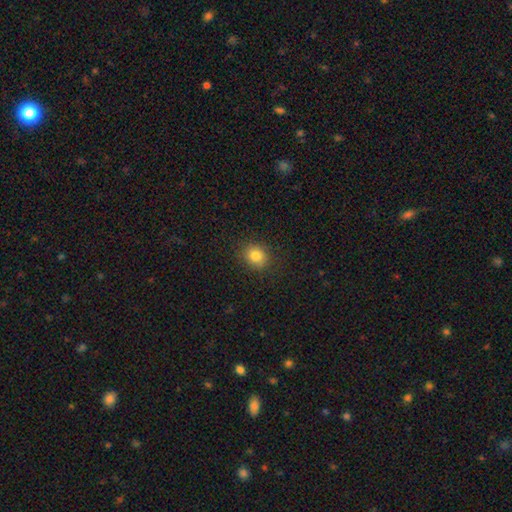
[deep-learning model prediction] smooth_or_featured: smooth (p=0.83) [alt: star or artifact p=0.11]
how_rounded: round (p=0.74) [alt: in between p=0.25]
merging: none (p=0.88) [alt: minor disturbance p=0.08]